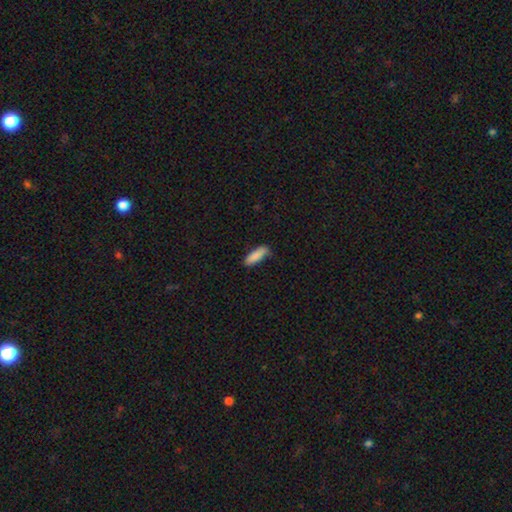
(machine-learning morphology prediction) Q: Smooth or featured?
A: smooth (88%); runner-up: star or artifact (6%)
Q: How rounded?
A: in between (55%); runner-up: cigar-shaped (44%)
Q: Merging?
A: none (73%); runner-up: minor disturbance (22%)